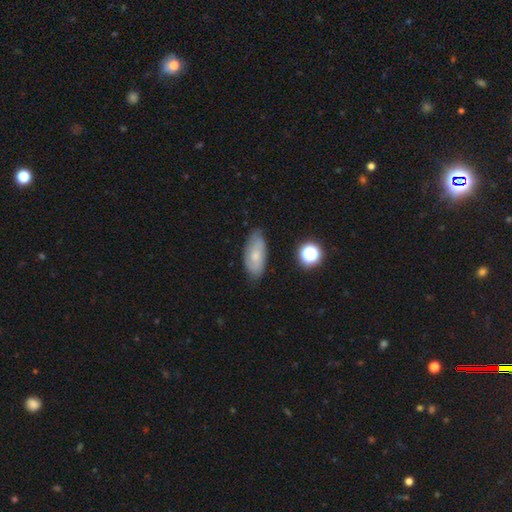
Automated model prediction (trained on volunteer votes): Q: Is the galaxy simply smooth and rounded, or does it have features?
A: smooth — 59%.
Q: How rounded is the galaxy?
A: in between — 88%.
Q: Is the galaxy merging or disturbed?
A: none — 72%.